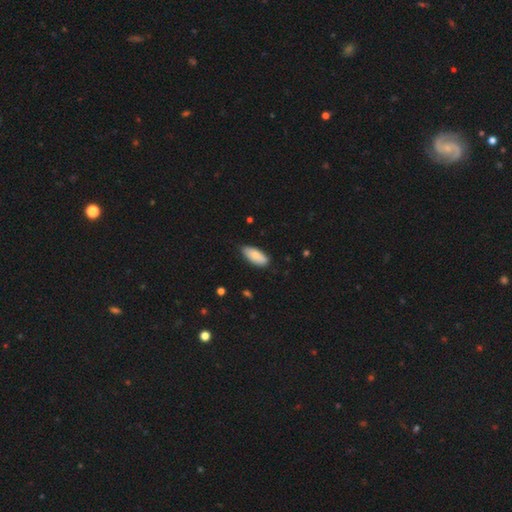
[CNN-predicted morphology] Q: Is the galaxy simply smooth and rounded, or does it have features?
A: smooth — 82%.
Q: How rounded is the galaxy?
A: in between — 85%.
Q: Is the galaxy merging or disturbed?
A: none — 80%.